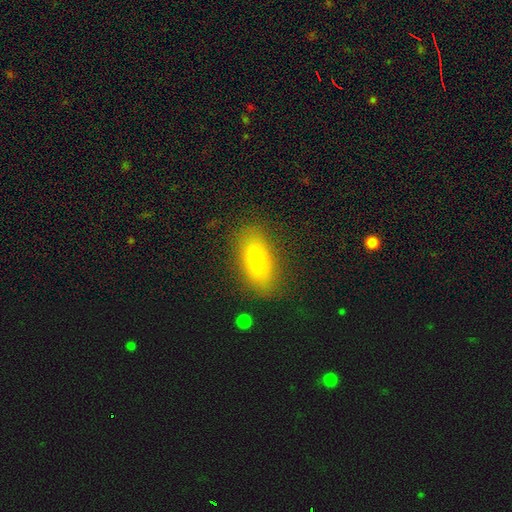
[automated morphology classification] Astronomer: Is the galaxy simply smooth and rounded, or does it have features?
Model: smooth — 75%.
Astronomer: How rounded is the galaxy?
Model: in between — 74%.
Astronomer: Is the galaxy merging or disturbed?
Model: none — 84%.